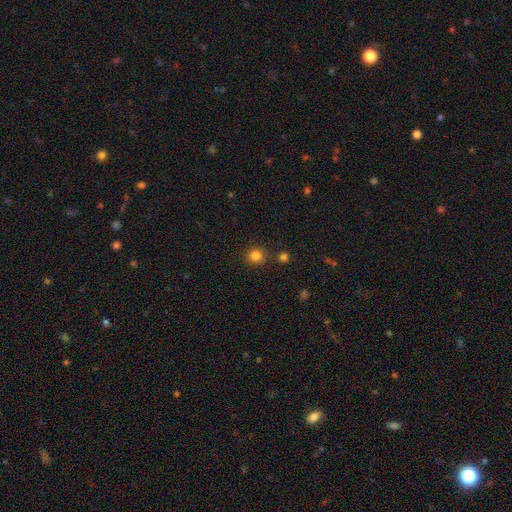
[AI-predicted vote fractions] Smooth or featured? smooth (82%)
How rounded? round (92%)
Merging? none (85%)